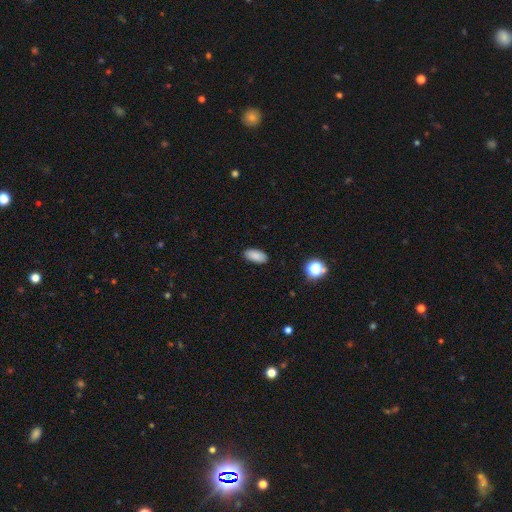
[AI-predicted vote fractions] Smooth or featured: smooth — 86% (star or artifact — 9%)
How rounded: in between — 92% (cigar-shaped — 5%)
Merging: none — 88% (minor disturbance — 8%)